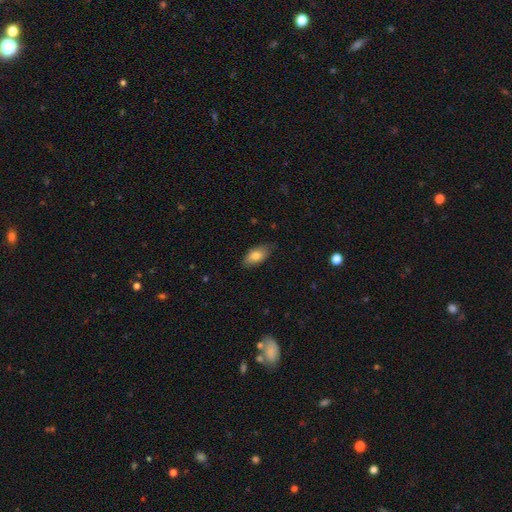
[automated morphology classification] smooth-or-featured: smooth: 79% | featured or disk: 14% | star or artifact: 7%
  how-rounded: in between: 91% | cigar-shaped: 5% | round: 4%
  merging: none: 77% | minor disturbance: 19% | major disturbance: 3% | merger: 1%